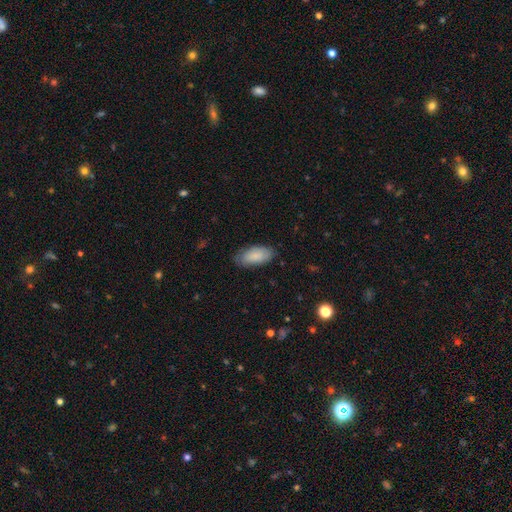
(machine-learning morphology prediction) Q: Smooth or featured?
A: smooth (85%); runner-up: featured or disk (9%)
Q: How rounded?
A: in between (90%); runner-up: cigar-shaped (8%)
Q: Merging?
A: none (78%); runner-up: minor disturbance (17%)